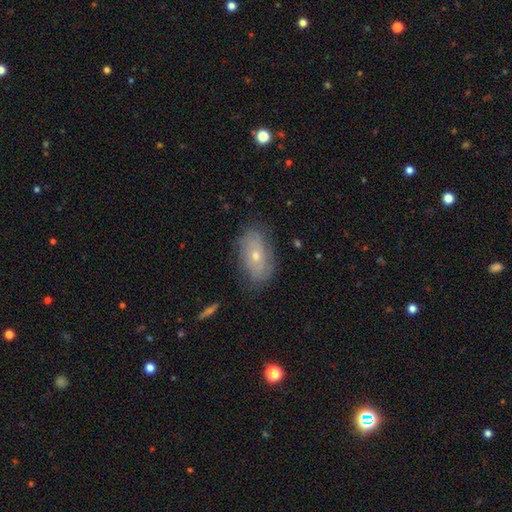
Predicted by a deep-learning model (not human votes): This appears to be a featured or disk galaxy (53%). Merging: none (76%).